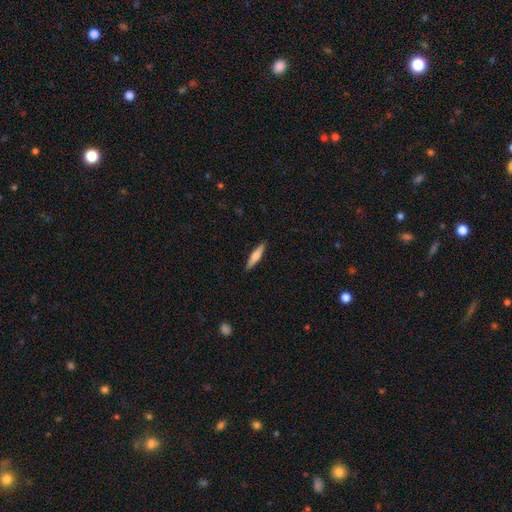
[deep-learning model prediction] Q: Smooth or featured?
A: smooth (55%); runner-up: featured or disk (39%)
Q: How rounded?
A: cigar-shaped (84%); runner-up: in between (15%)
Q: Merging?
A: none (90%); runner-up: minor disturbance (7%)